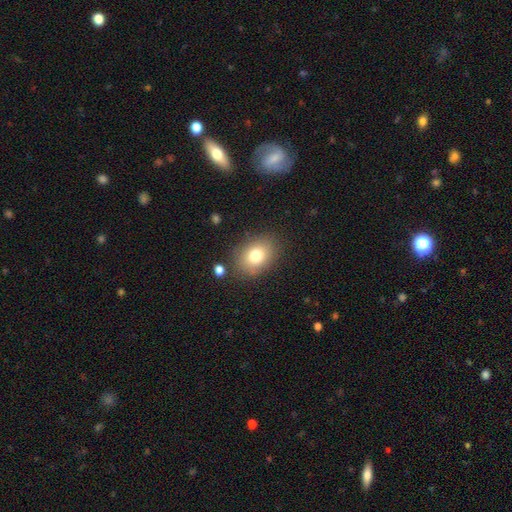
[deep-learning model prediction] Smooth or featured: smooth — 77% (featured or disk — 12%)
How rounded: in between — 64% (round — 35%)
Merging: none — 81% (minor disturbance — 12%)